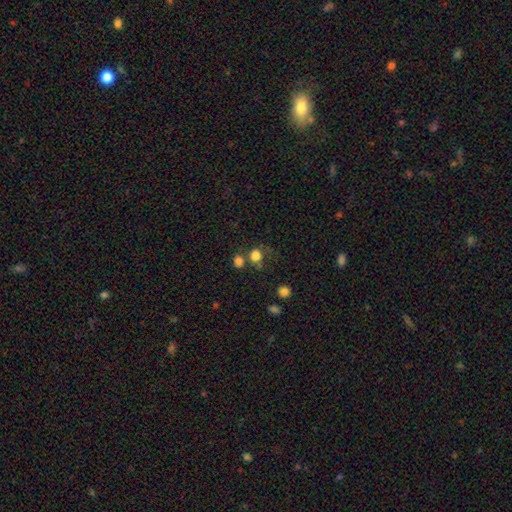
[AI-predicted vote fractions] smooth-or-featured: smooth: 79% | star or artifact: 14% | featured or disk: 6%
  how-rounded: round: 73% | in between: 26% | cigar-shaped: 1%
  merging: none: 56% | merger: 23% | minor disturbance: 13% | major disturbance: 8%